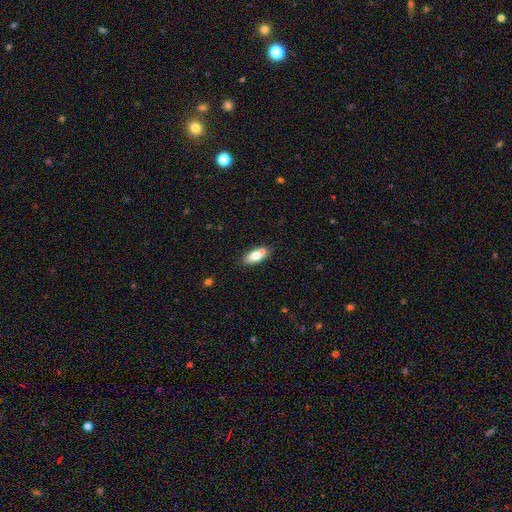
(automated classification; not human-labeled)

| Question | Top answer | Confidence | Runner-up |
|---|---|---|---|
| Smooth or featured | smooth | 74% | featured or disk (18%) |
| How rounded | in between | 84% | cigar-shaped (13%) |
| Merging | none | 62% | merger (20%) |